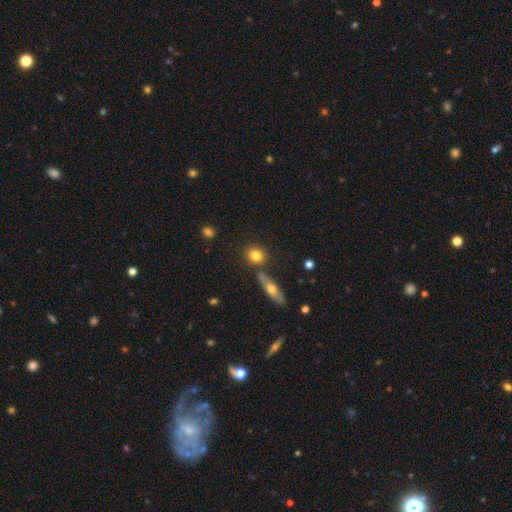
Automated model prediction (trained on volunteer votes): Q: Smooth or featured?
A: smooth (79%); runner-up: featured or disk (12%)
Q: How rounded?
A: round (70%); runner-up: in between (26%)
Q: Merging?
A: none (74%); runner-up: merger (13%)